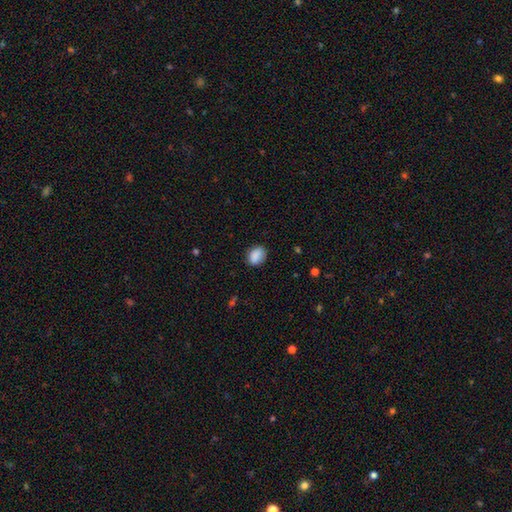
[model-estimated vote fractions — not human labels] This appears to be a smooth galaxy with no disk features (88%) that is in between round and cigar-shaped (65%). Merging: none (82%).